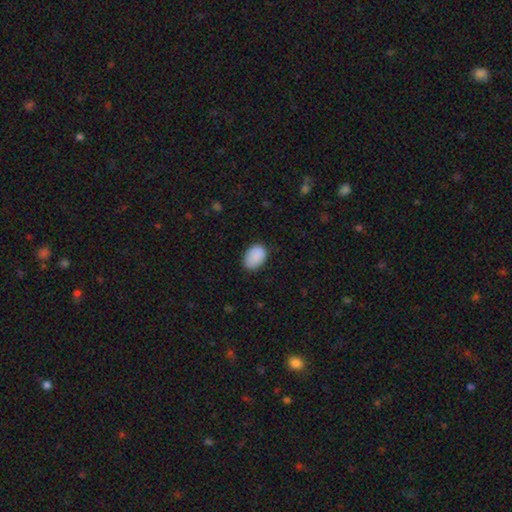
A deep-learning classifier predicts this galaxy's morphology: A smooth galaxy with no disk features (90%) that is in between round and cigar-shaped (85%).

Vote fractions:
- Smooth or featured? smooth: 90% / star or artifact: 7% / featured or disk: 3%
- How rounded? in between: 85% / round: 14% / cigar-shaped: 1%
- Merging? none: 77% / minor disturbance: 19% / major disturbance: 3% / merger: 1%